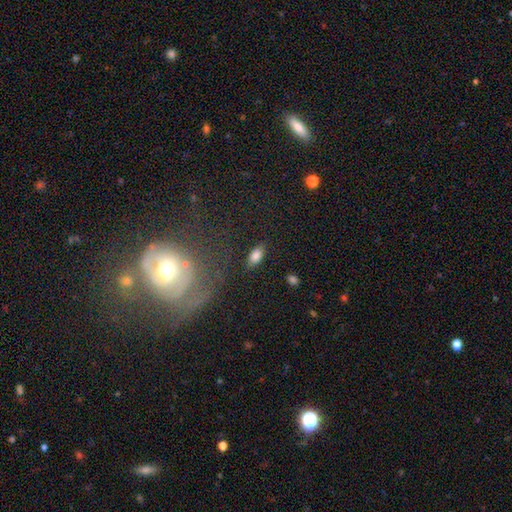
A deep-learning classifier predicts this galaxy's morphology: smooth-or-featured: smooth: 82% | featured or disk: 9% | star or artifact: 9%
  how-rounded: in between: 90% | cigar-shaped: 6% | round: 4%
  merging: none: 86% | minor disturbance: 10% | major disturbance: 3% | merger: 2%